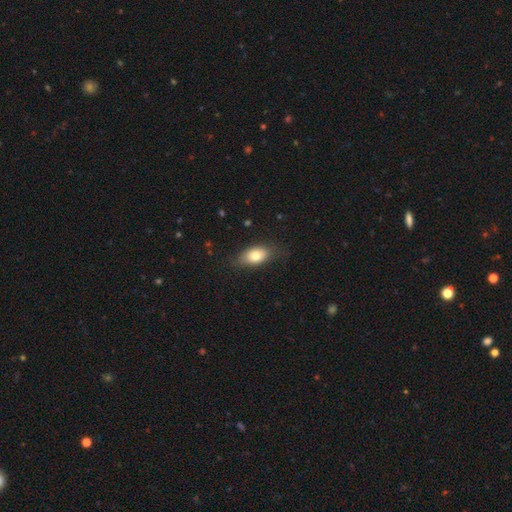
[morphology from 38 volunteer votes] smooth 82%, featured or disk 11%, star or artifact 8%. Down the decision tree: how rounded — in between (94%); merging — none (71%).